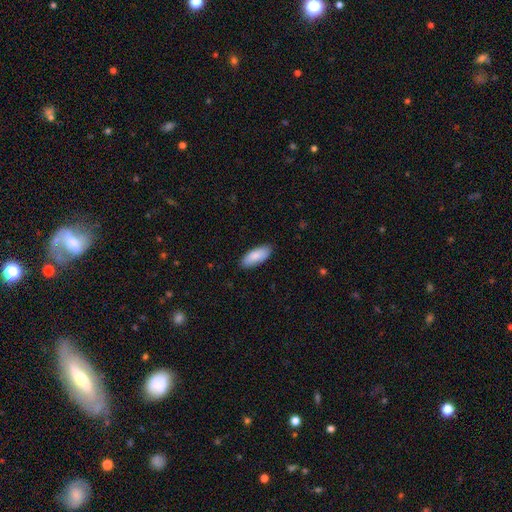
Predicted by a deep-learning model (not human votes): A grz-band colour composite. It shows a smooth galaxy with no disk features (86%) that is in between round and cigar-shaped (83%). Merging: none (87%).